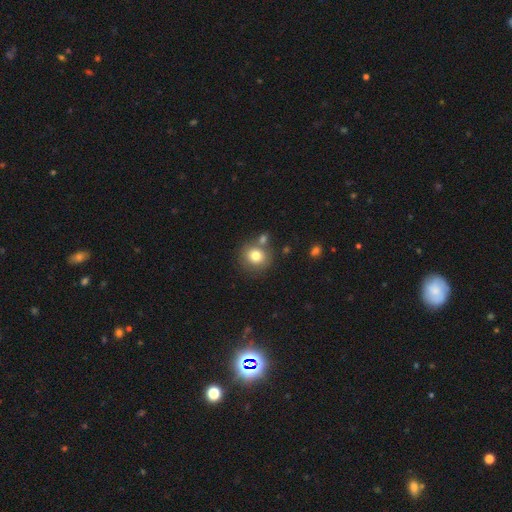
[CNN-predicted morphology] Smooth or featured? Predicted: smooth (p=0.79). How rounded? Predicted: round (p=0.84). Merging? Predicted: none (p=0.66).